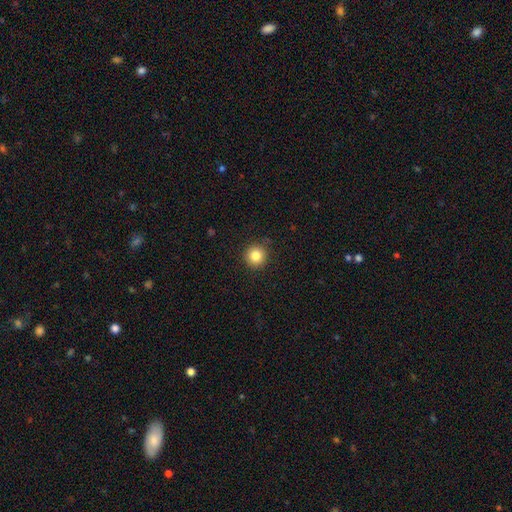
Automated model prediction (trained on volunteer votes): smooth_or_featured: smooth (p=0.83) [alt: star or artifact p=0.11]
how_rounded: round (p=0.94) [alt: in between p=0.05]
merging: none (p=0.89) [alt: minor disturbance p=0.08]